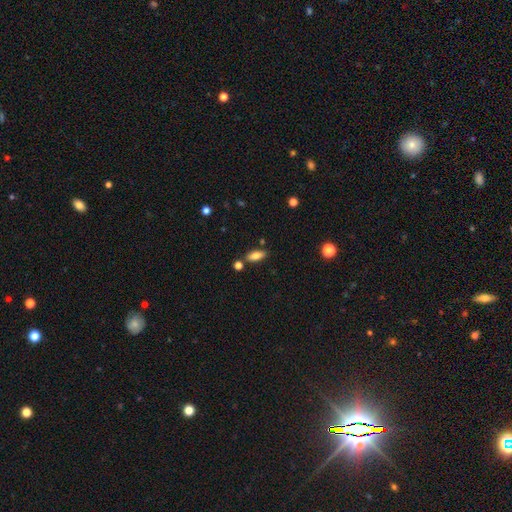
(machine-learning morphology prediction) Smooth or featured?
  - smooth: 78% *
  - featured or disk: 14%
  - star or artifact: 8%
How rounded?
  - in between: 82% *
  - cigar-shaped: 15%
  - round: 3%
Merging?
  - none: 80% *
  - minor disturbance: 11%
  - merger: 7%
  - major disturbance: 2%